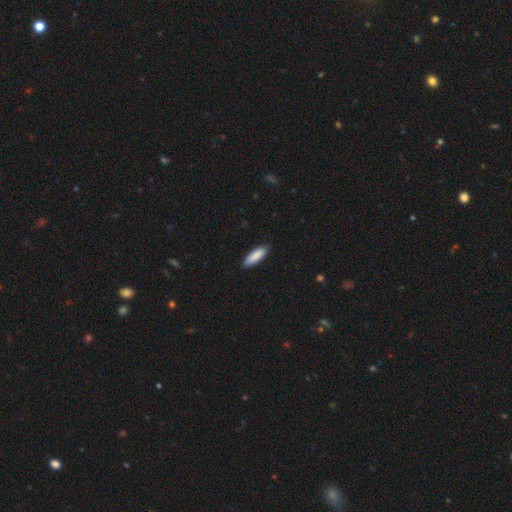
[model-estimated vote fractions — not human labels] A smooth galaxy with no disk features (88%) that is in between round and cigar-shaped (54%). Merging: none (86%).